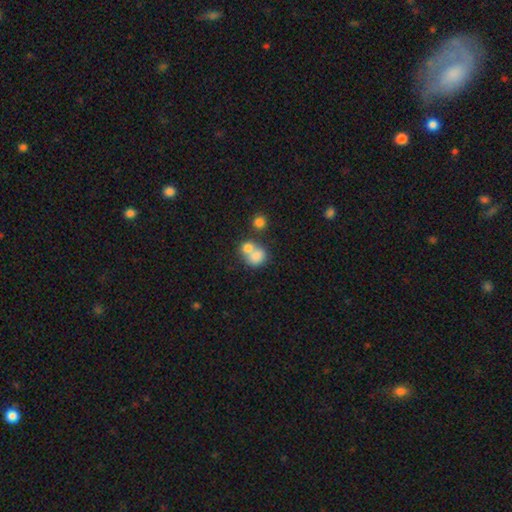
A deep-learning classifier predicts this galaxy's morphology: Smooth or featured? Predicted: smooth (p=0.77). How rounded? Predicted: round (p=0.60). Merging? Predicted: merger (p=0.58).